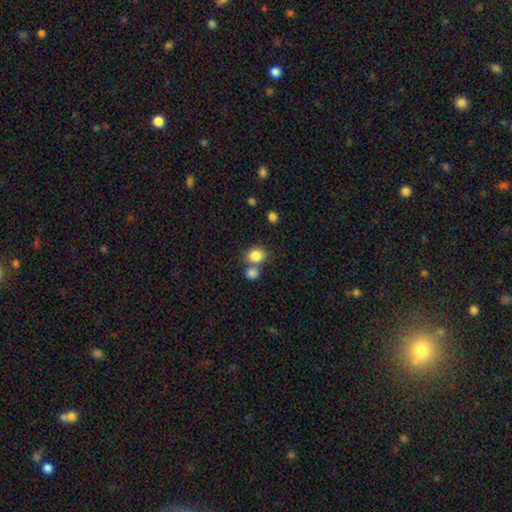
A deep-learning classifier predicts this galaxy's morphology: Smooth or featured: smooth — 83% (star or artifact — 10%)
How rounded: round — 63% (in between — 36%)
Merging: none — 53% (merger — 33%)